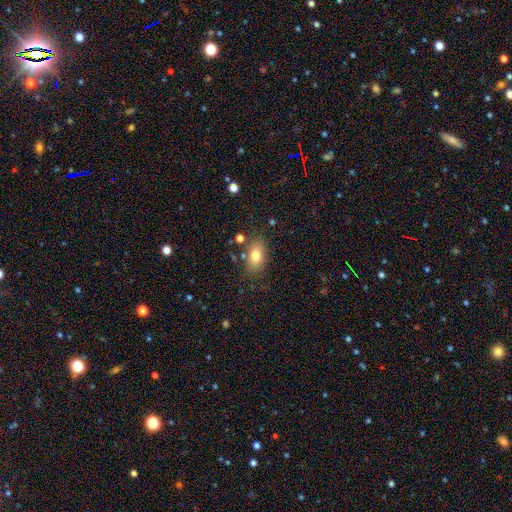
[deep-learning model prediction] smooth-or-featured: smooth: 78% | featured or disk: 13% | star or artifact: 9%
  how-rounded: in between: 86% | round: 12% | cigar-shaped: 2%
  merging: none: 78% | minor disturbance: 14% | merger: 4% | major disturbance: 4%